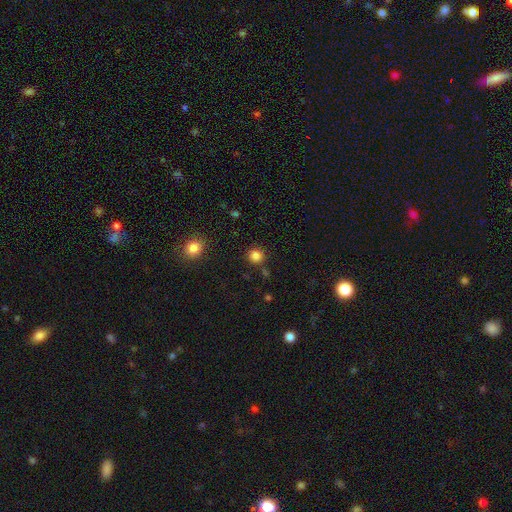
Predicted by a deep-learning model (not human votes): smooth-or-featured: smooth: 84% | star or artifact: 12% | featured or disk: 4%
  how-rounded: round: 91% | in between: 8% | cigar-shaped: 1%
  merging: none: 85% | minor disturbance: 8% | merger: 4% | major disturbance: 3%